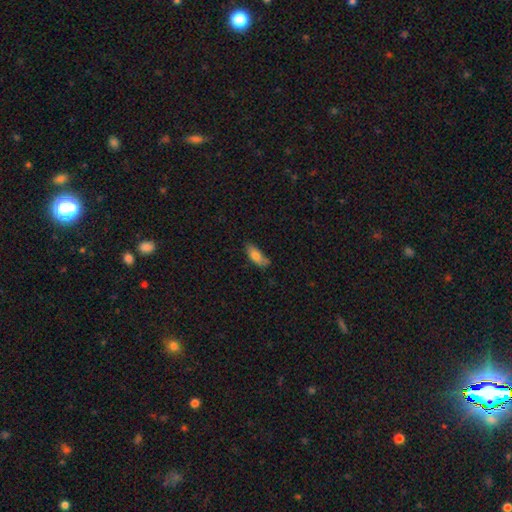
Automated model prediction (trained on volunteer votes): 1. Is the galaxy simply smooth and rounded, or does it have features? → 77% smooth, 16% featured or disk, 7% star or artifact.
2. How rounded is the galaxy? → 75% in between, 22% cigar-shaped, 2% round.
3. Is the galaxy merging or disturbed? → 59% none, 30% minor disturbance, 7% major disturbance, 4% merger.